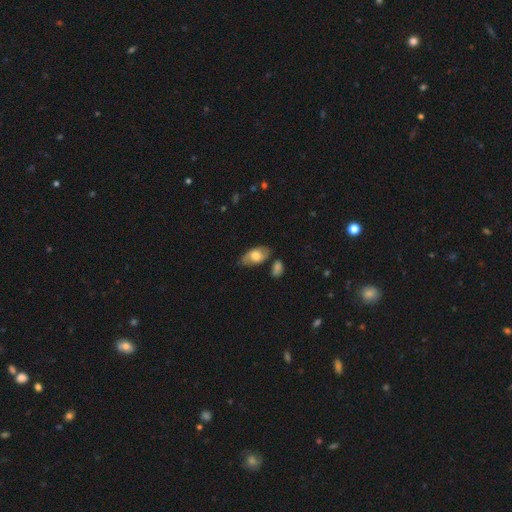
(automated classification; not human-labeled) Smooth or featured: smooth — 62% (featured or disk — 31%)
How rounded: in between — 91% (round — 5%)
Merging: none — 63% (minor disturbance — 24%)